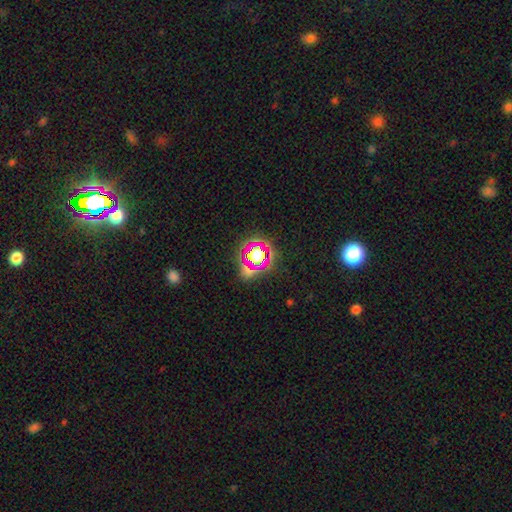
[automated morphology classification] This is possibly a star or artifact rather than a galaxy (52%).